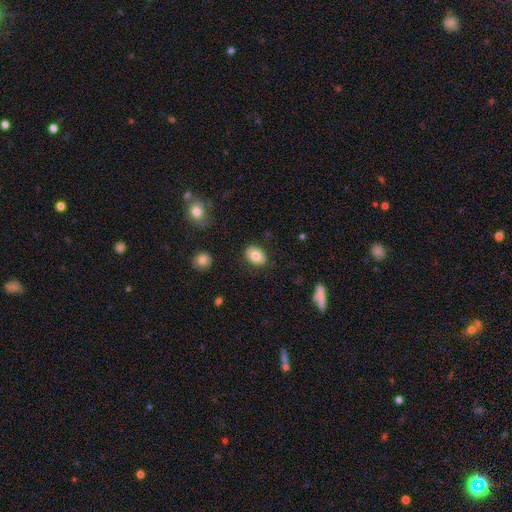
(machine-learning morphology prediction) Smooth or featured? Predicted: smooth (p=0.76). How rounded? Predicted: in between (p=0.62). Merging? Predicted: none (p=0.86).